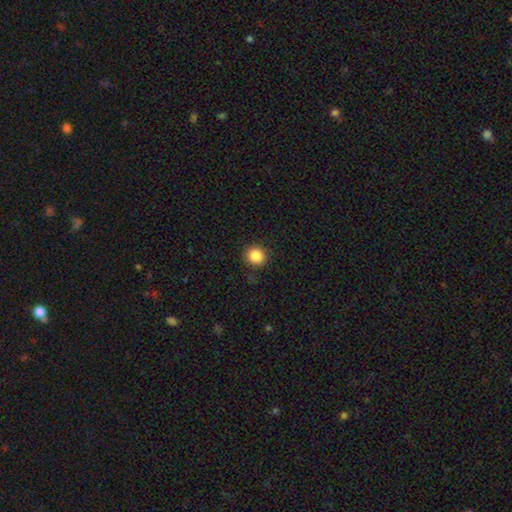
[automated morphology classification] Q: Smooth or featured?
A: smooth (86%); runner-up: star or artifact (10%)
Q: How rounded?
A: round (91%); runner-up: in between (8%)
Q: Merging?
A: none (89%); runner-up: minor disturbance (7%)